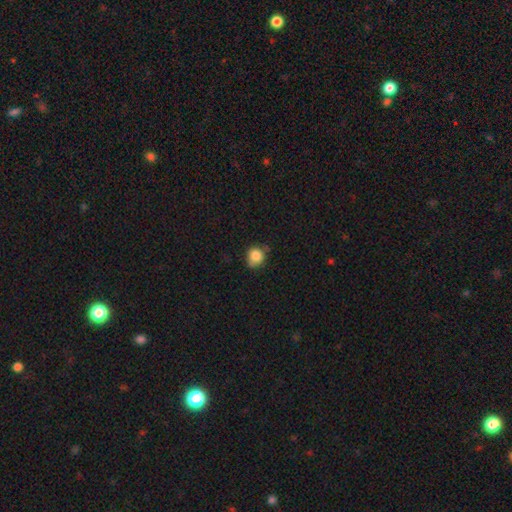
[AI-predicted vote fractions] smooth 84%, star or artifact 10%, featured or disk 6%. Down the decision tree: how rounded — round (80%); merging — none (62%).